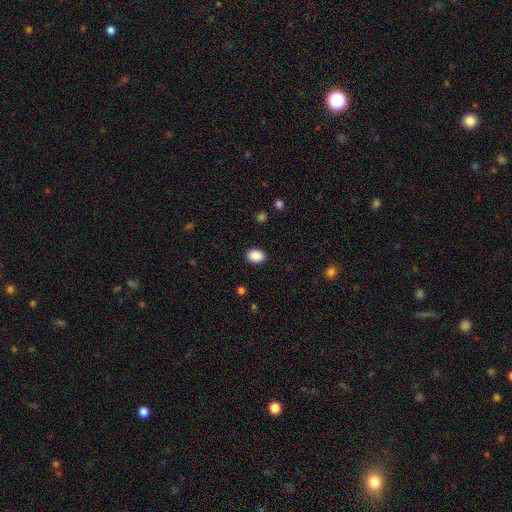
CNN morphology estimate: Overall: smooth (89%). How rounded: in between (68%; round 31%). Merging: none (89%).